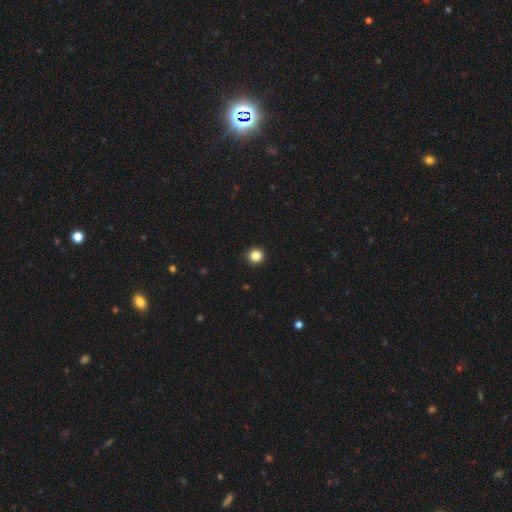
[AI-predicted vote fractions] smooth 85%, star or artifact 11%, featured or disk 4%. Down the decision tree: how rounded — round (94%); merging — none (93%).